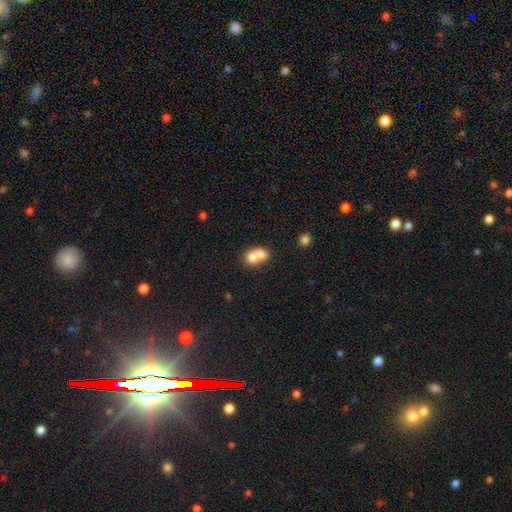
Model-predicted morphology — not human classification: Overall: smooth (72%). How rounded: round (51%; in between 48%). Merging: merger (72%).